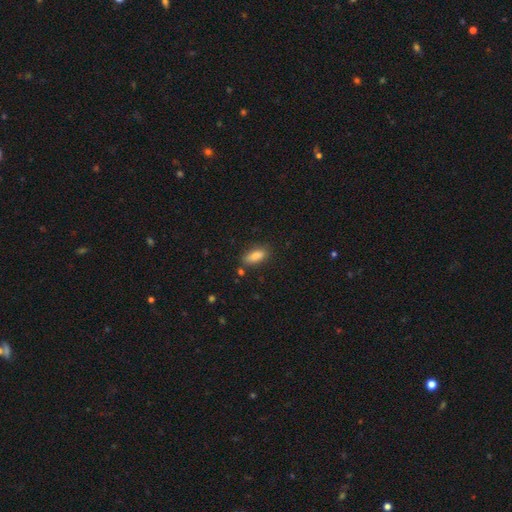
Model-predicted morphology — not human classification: A smooth galaxy with no disk features (83%) that is in between round and cigar-shaped (81%). Merging: none (80%).